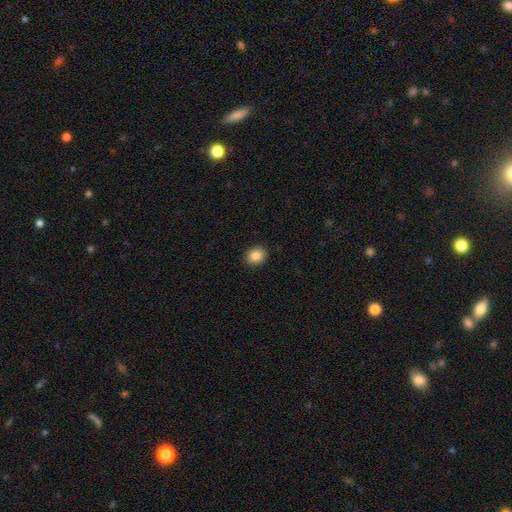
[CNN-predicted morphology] This appears to be a smooth galaxy with no disk features (86%) that is round (63%). Merging: none (91%).